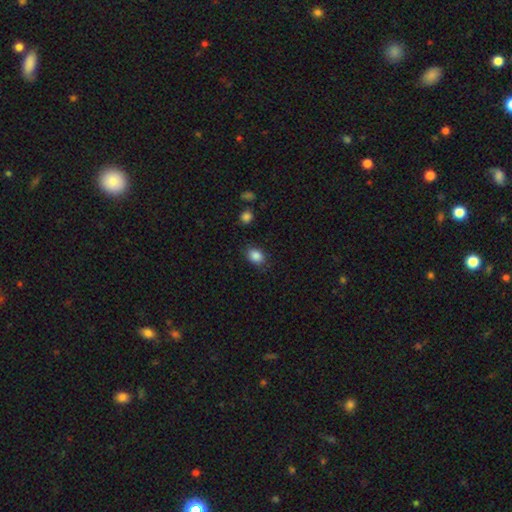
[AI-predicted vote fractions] This is clearly a smooth galaxy (87%). How rounded: likely in between (62%). Merging: clearly none (81%).